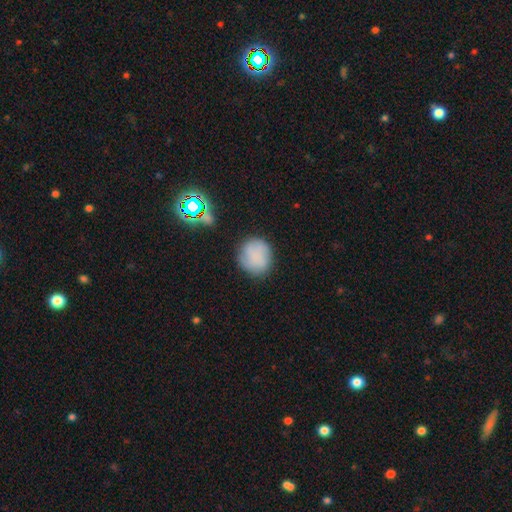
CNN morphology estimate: This appears to be a smooth galaxy with no disk features (75%) that is round (81%). Merging: none (76%).